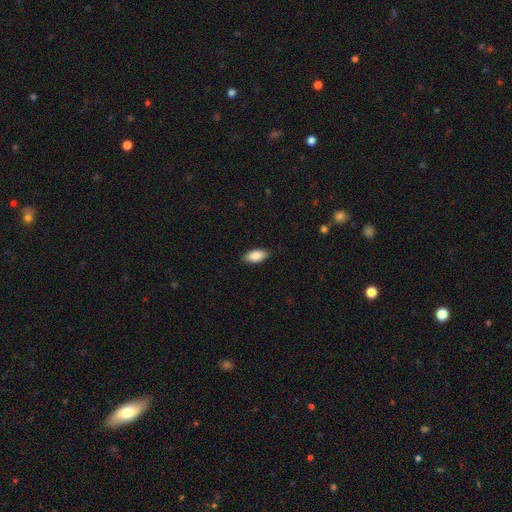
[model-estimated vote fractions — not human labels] The model was most divided on "merging": none: 88%, minor disturbance: 9%, major disturbance: 2%, merger: 1%. More confident: how rounded — in between (93%); smooth or featured — smooth (87%).